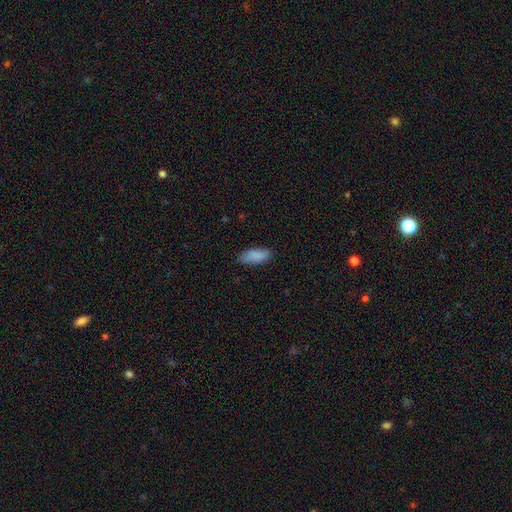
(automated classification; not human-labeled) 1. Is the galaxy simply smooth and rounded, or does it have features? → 87% smooth, 7% star or artifact, 6% featured or disk.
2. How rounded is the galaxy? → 81% in between, 17% cigar-shaped, 2% round.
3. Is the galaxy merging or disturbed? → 80% none, 16% minor disturbance, 3% major disturbance, 1% merger.